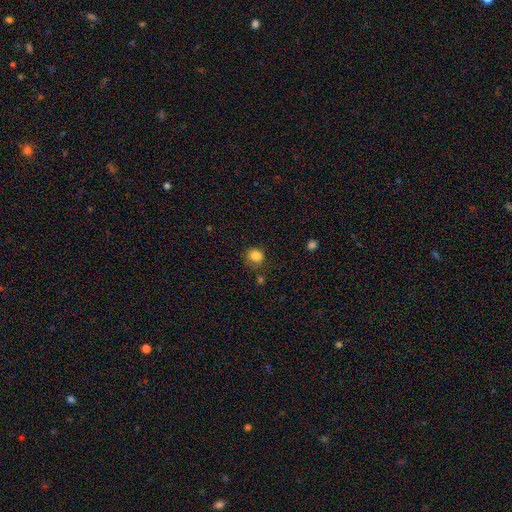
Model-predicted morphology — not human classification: Smooth or featured? smooth (84%)
How rounded? round (77%)
Merging? none (71%)